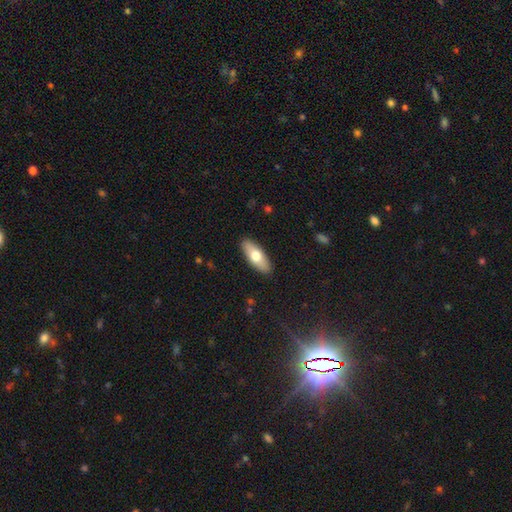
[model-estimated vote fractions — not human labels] Smooth or featured: smooth — 69% (featured or disk — 26%)
How rounded: in between — 72% (cigar-shaped — 25%)
Merging: none — 89% (minor disturbance — 8%)